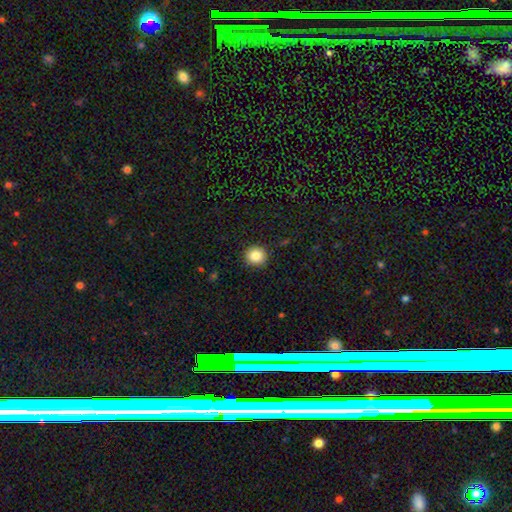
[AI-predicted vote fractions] A smooth galaxy with no disk features (85%) that is round (91%).

Vote fractions:
- Smooth or featured? smooth: 85% / star or artifact: 10% / featured or disk: 6%
- How rounded? round: 91% / in between: 9% / cigar-shaped: 1%
- Merging? none: 91% / minor disturbance: 6% / major disturbance: 2% / merger: 1%